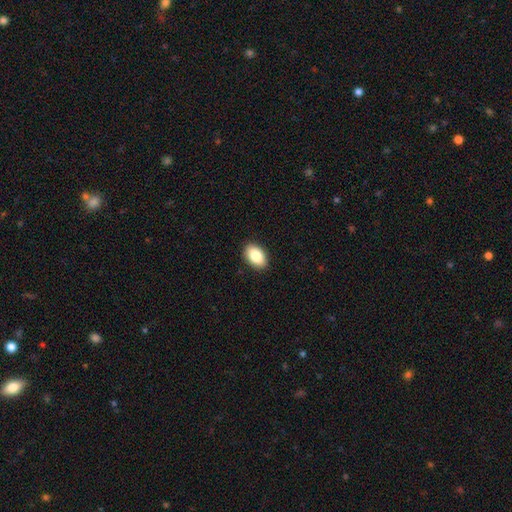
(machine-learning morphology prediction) Smooth or featured? smooth (86%)
How rounded? in between (91%)
Merging? none (90%)